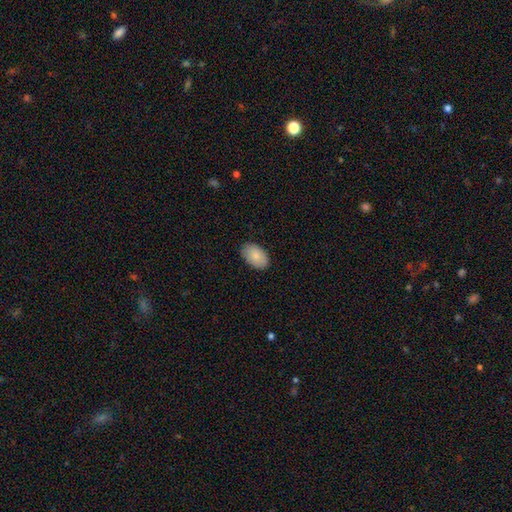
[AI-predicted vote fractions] This is clearly a smooth galaxy (85%). How rounded: clearly in between (92%). Merging: clearly none (86%).